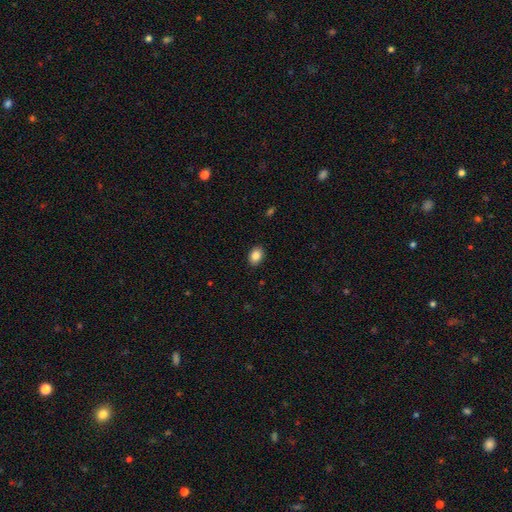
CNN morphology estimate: This appears to be a smooth galaxy with no disk features (87%) that is in between round and cigar-shaped (79%). Merging: none (90%).